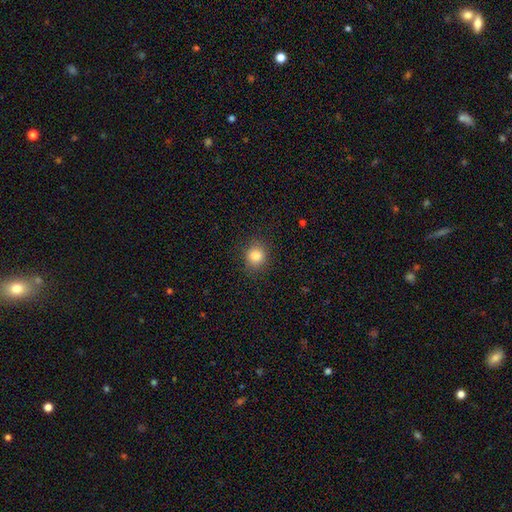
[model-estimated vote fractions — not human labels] smooth 84%, star or artifact 11%, featured or disk 5%. Down the decision tree: how rounded — round (81%); merging — none (88%).